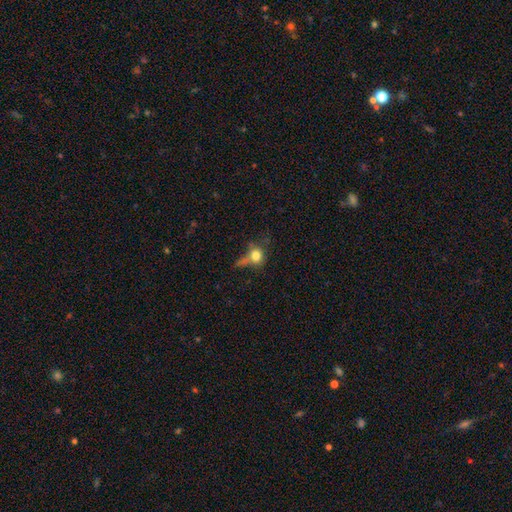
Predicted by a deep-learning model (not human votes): smooth 72%, featured or disk 15%, star or artifact 13%. Down the decision tree: how rounded — round (70%); merging — none (40%).